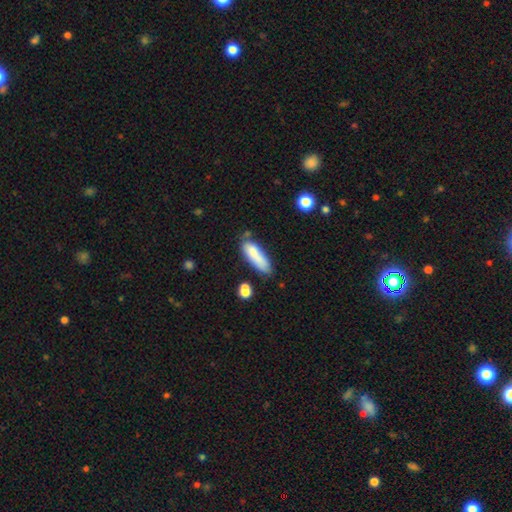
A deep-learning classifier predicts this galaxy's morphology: Smooth or featured? smooth (78%)
How rounded? in between (53%)
Merging? none (51%)